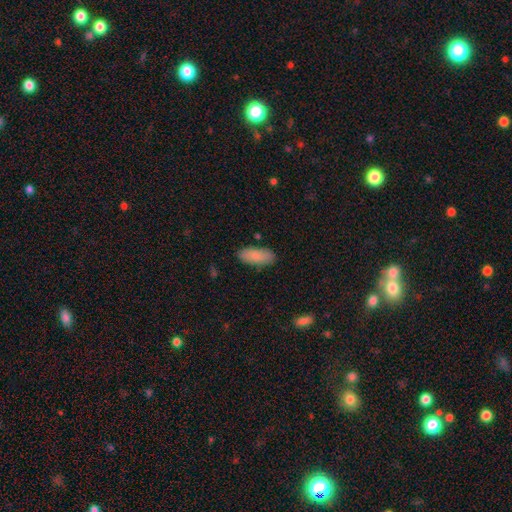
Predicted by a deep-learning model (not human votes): Smooth or featured?
  - smooth: 86% *
  - featured or disk: 8%
  - star or artifact: 6%
How rounded?
  - in between: 87% *
  - cigar-shaped: 11%
  - round: 2%
Merging?
  - none: 85% *
  - minor disturbance: 11%
  - major disturbance: 2%
  - merger: 2%